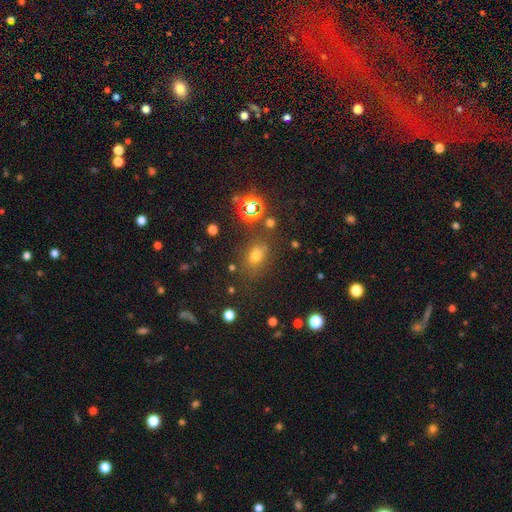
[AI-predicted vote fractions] smooth-or-featured: smooth: 63% | star or artifact: 28% | featured or disk: 10%
  how-rounded: in between: 60% | round: 38% | cigar-shaped: 2%
  merging: none: 74% | minor disturbance: 14% | merger: 6% | major disturbance: 5%